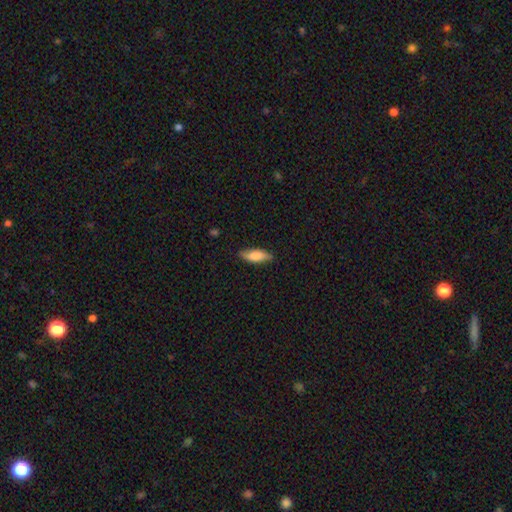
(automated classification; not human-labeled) A smooth galaxy with no disk features (80%) that is in between round and cigar-shaped (65%). Merging: none (82%).